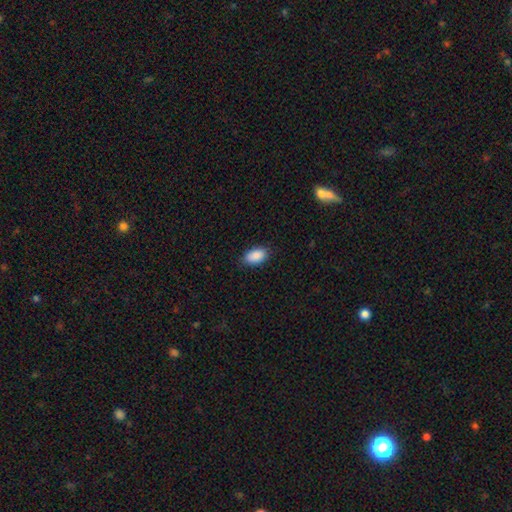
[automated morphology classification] A smooth galaxy with no disk features (90%) that is in between round and cigar-shaped (94%). Merging: none (84%).